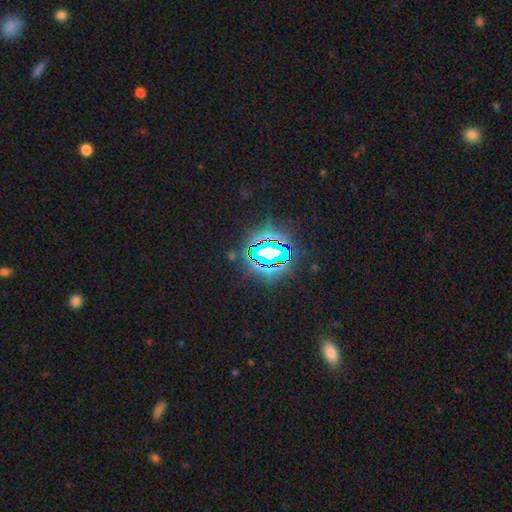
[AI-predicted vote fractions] Smooth or featured? star or artifact (79%)